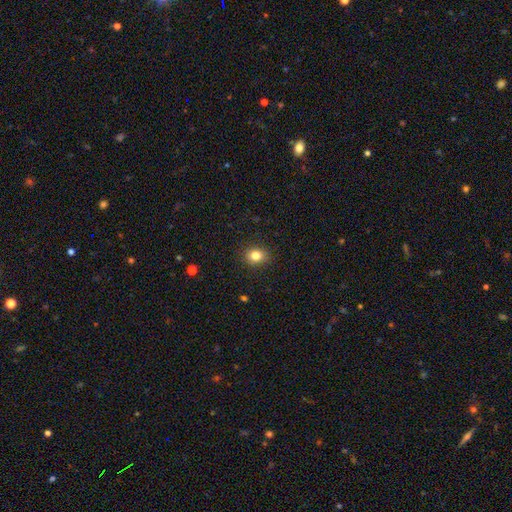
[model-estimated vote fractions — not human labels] smooth-or-featured: smooth: 82% | star or artifact: 11% | featured or disk: 6%
  how-rounded: round: 62% | in between: 37% | cigar-shaped: 1%
  merging: none: 89% | minor disturbance: 8% | major disturbance: 2% | merger: 1%